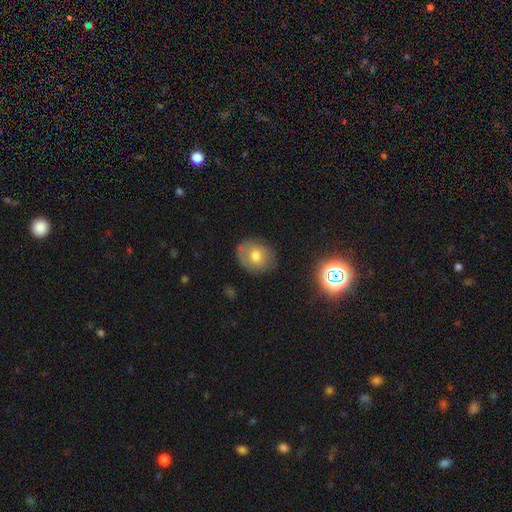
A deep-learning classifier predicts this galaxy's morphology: smooth 65%, featured or disk 24%, star or artifact 11%. Down the decision tree: how rounded — round (55%); merging — none (77%).